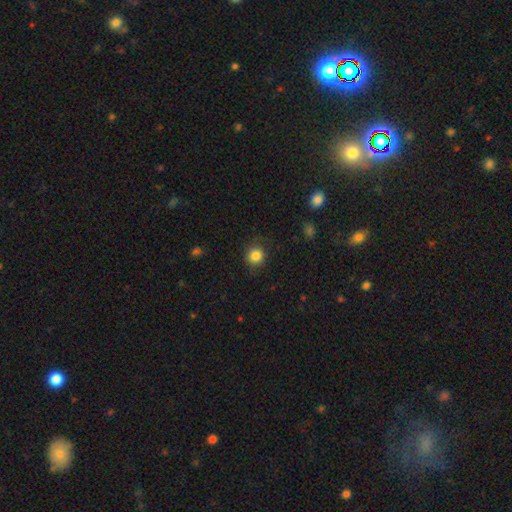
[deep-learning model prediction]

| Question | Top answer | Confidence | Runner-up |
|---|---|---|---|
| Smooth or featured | smooth | 84% | star or artifact (11%) |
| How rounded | round | 90% | in between (9%) |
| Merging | none | 81% | minor disturbance (14%) |